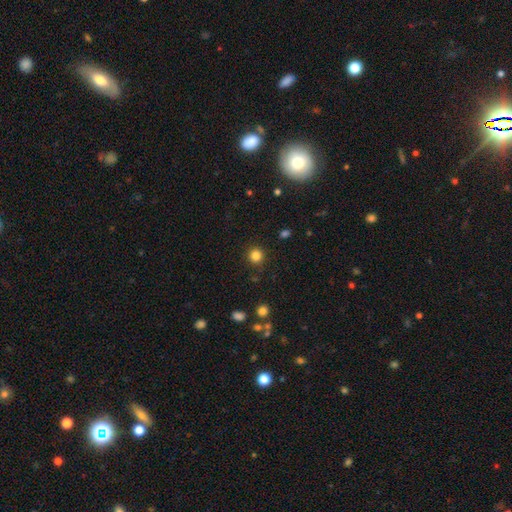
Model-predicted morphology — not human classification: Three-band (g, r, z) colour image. It shows a smooth galaxy with no disk features (83%) that is round (94%). Merging: none (91%).